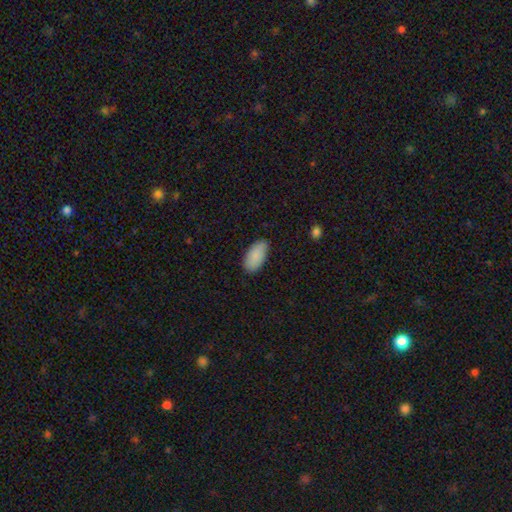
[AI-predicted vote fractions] smooth_or_featured: smooth (p=0.89) [alt: star or artifact p=0.06]
how_rounded: in between (p=0.93) [alt: cigar-shaped p=0.05]
merging: none (p=0.81) [alt: minor disturbance p=0.16]